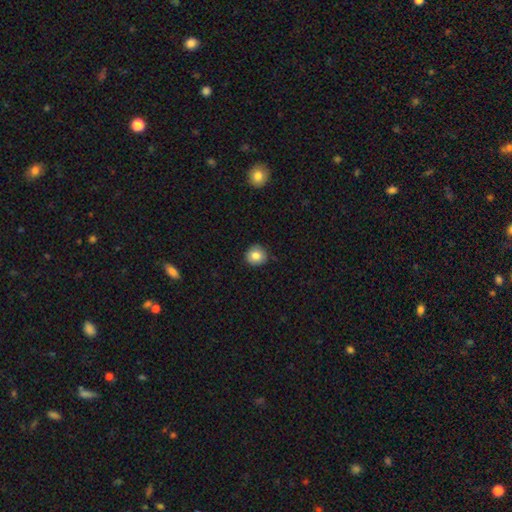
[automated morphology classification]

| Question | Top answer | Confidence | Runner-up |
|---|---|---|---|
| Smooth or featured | smooth | 81% | star or artifact (10%) |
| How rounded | round | 93% | in between (6%) |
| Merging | none | 88% | minor disturbance (9%) |